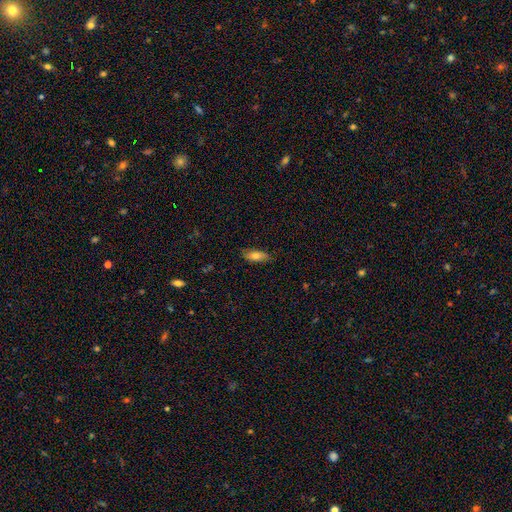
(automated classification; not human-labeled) Overall: smooth (73%). How rounded: in between (73%). Merging: none (82%).